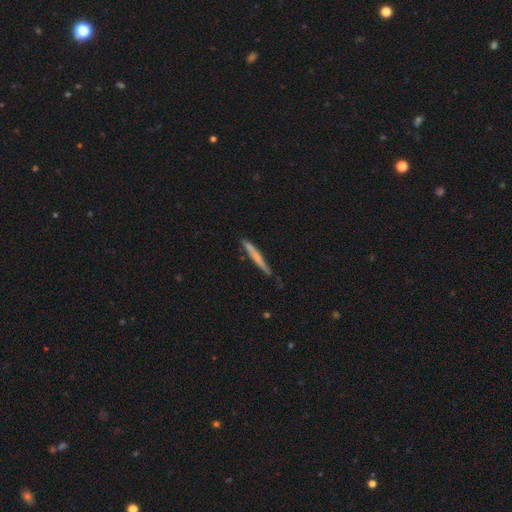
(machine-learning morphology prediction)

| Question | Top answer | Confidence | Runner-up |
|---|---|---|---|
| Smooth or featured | smooth | 54% | featured or disk (40%) |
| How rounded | cigar-shaped | 96% | in between (2%) |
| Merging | none | 79% | minor disturbance (16%) |